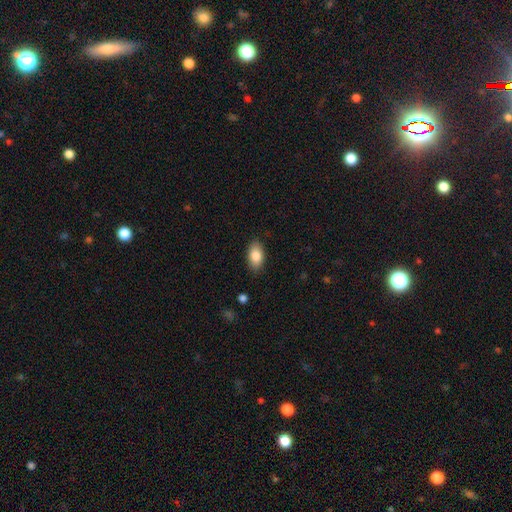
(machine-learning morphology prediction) smooth-or-featured: smooth: 85% | featured or disk: 8% | star or artifact: 7%
  how-rounded: in between: 93% | round: 4% | cigar-shaped: 3%
  merging: none: 87% | minor disturbance: 10% | major disturbance: 2% | merger: 1%